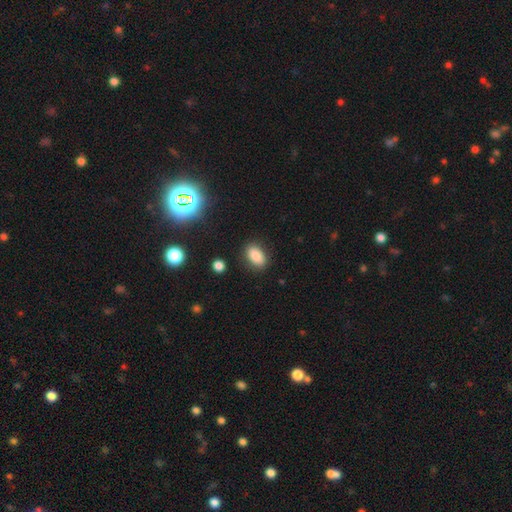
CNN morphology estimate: A smooth galaxy with no disk features (85%) that is in between round and cigar-shaped (88%).

Vote fractions:
- Smooth or featured? smooth: 85% / star or artifact: 10% / featured or disk: 6%
- How rounded? in between: 88% / round: 10% / cigar-shaped: 3%
- Merging? none: 85% / minor disturbance: 10% / major disturbance: 3% / merger: 2%